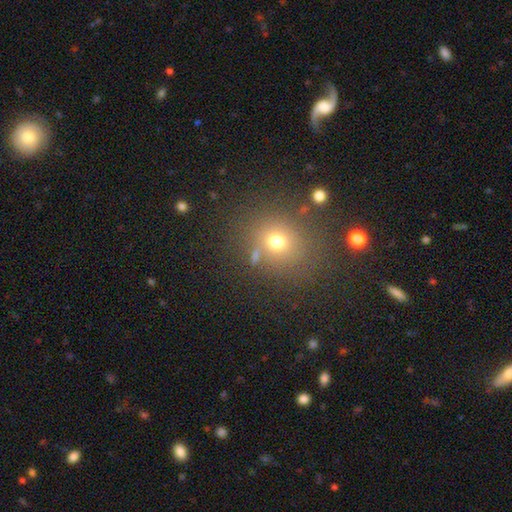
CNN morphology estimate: The model was most divided on "smooth or featured": smooth: 66%, star or artifact: 24%, featured or disk: 10%. More confident: how rounded — round (79%); merging — none (78%).